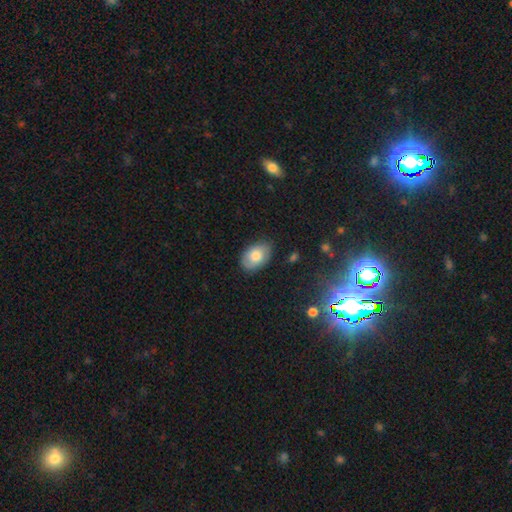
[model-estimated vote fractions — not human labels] Smooth or featured?
  - smooth: 76% *
  - featured or disk: 17%
  - star or artifact: 7%
How rounded?
  - in between: 90% *
  - round: 9%
  - cigar-shaped: 1%
Merging?
  - none: 80% *
  - minor disturbance: 16%
  - major disturbance: 3%
  - merger: 1%